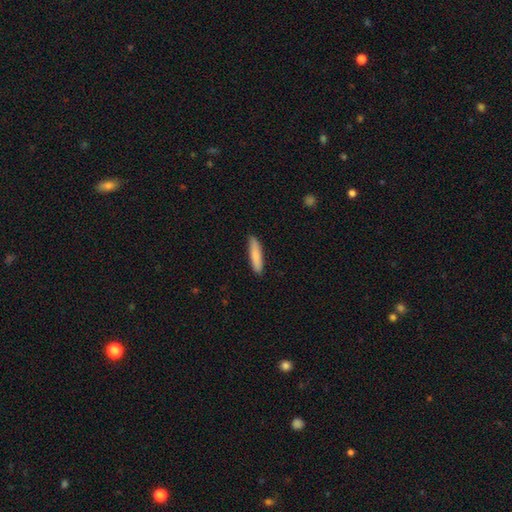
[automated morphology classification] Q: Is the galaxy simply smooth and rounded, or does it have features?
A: smooth — 82%.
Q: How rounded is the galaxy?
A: cigar-shaped — 82%.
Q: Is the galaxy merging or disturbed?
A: none — 88%.